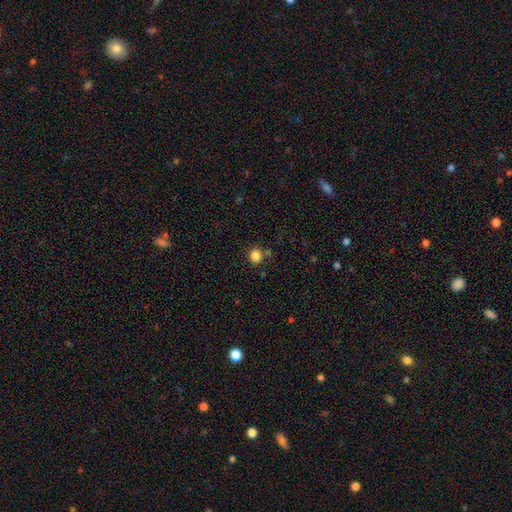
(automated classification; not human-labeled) Smooth or featured?
  - smooth: 84% *
  - star or artifact: 12%
  - featured or disk: 4%
How rounded?
  - round: 85% *
  - in between: 14%
  - cigar-shaped: 1%
Merging?
  - none: 80% *
  - merger: 9%
  - minor disturbance: 8%
  - major disturbance: 3%